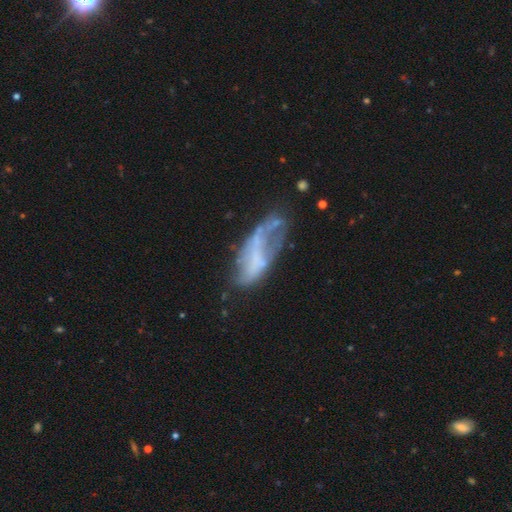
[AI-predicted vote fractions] Morphology: type=featured or disk (55%); edge-on=no (89%); merging=none (33%).